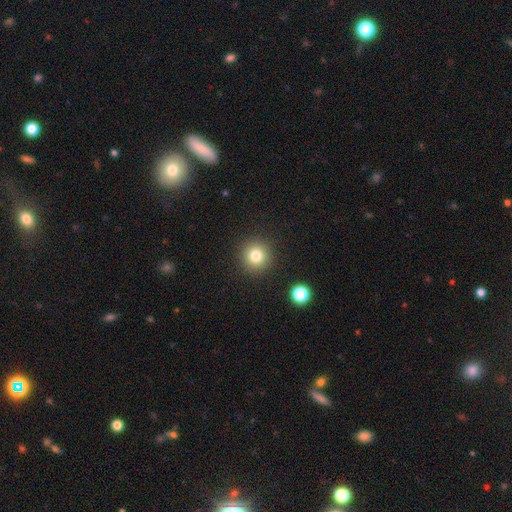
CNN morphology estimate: smooth 79%, star or artifact 13%, featured or disk 8%. Down the decision tree: how rounded — round (95%); merging — none (90%).